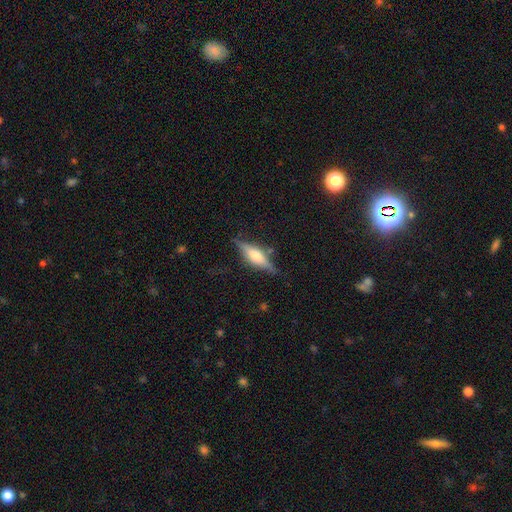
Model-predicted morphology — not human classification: smooth_or_featured: featured or disk (p=0.63) [alt: smooth p=0.31]
disk_edge_on: yes (p=0.94) [alt: no p=0.06]
edge_on_bulge: rounded (p=0.84) [alt: boxy p=0.13]
merging: none (p=0.78) [alt: minor disturbance p=0.15]